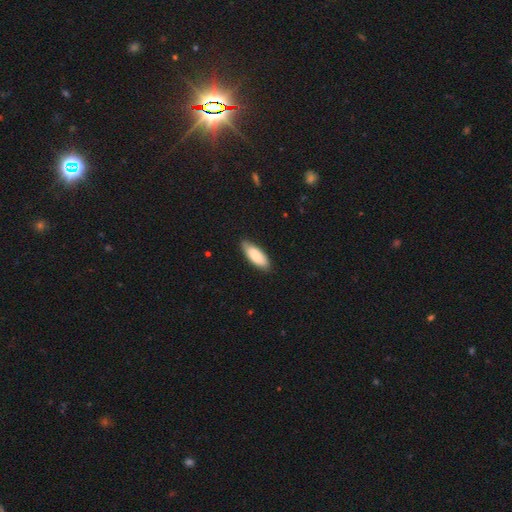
Morphology: type=smooth (82%); roundness=in between (79%); merging=none (82%).